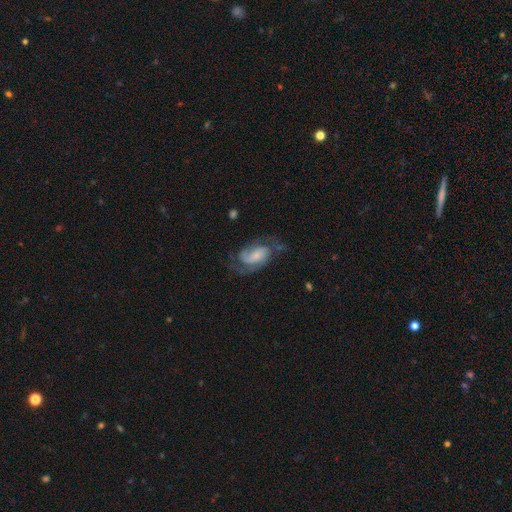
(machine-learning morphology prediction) type=featured or disk (75%); edge-on=no (97%); bar=no (50%); spiral arms=yes (94%); winding=medium (49%); arm count=2 (74%); bulge=small (48%); merging=none (59%).